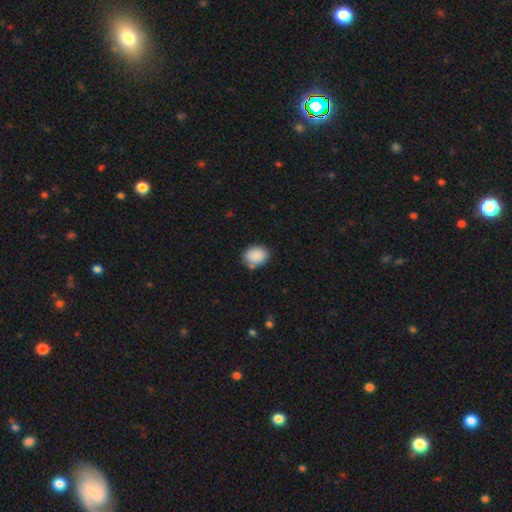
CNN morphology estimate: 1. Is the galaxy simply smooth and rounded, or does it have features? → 89% smooth, 7% star or artifact, 4% featured or disk.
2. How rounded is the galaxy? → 60% in between, 39% round, 1% cigar-shaped.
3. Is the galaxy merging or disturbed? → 78% none, 15% minor disturbance, 4% merger, 3% major disturbance.